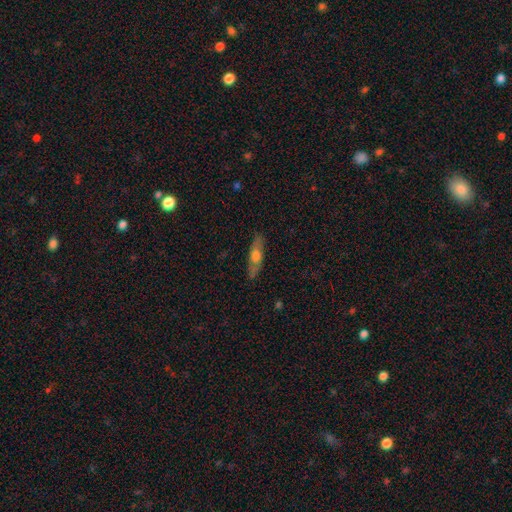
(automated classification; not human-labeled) A featured or disk galaxy (52%) viewed edge-on (78%). Merging: none (87%).